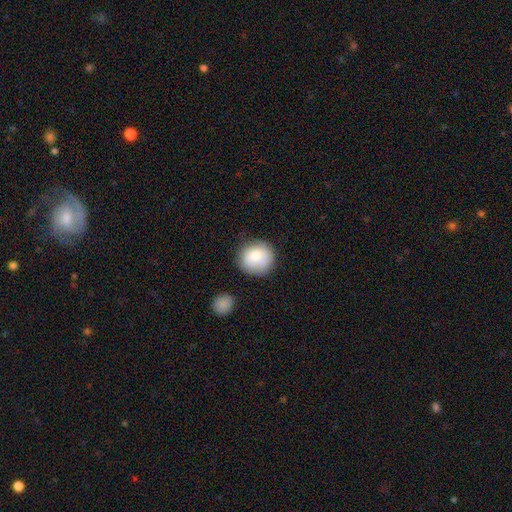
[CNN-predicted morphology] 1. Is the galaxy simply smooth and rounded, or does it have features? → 79% smooth, 14% featured or disk, 8% star or artifact.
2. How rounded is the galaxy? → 88% round, 11% in between, 1% cigar-shaped.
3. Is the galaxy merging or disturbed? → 76% none, 16% minor disturbance, 4% merger, 4% major disturbance.